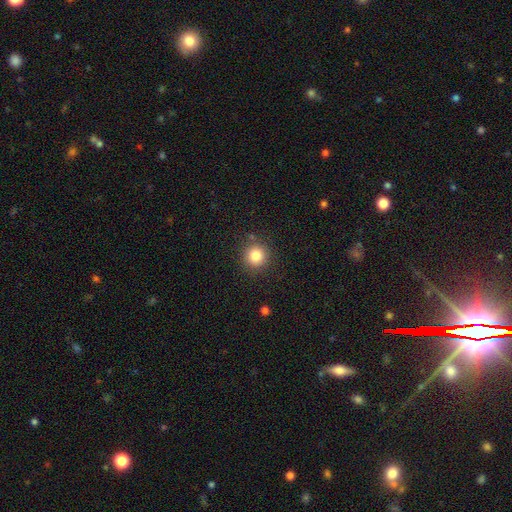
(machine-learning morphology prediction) Smooth or featured?
  - smooth: 83% *
  - star or artifact: 11%
  - featured or disk: 6%
How rounded?
  - round: 94% *
  - in between: 5%
  - cigar-shaped: 1%
Merging?
  - none: 88% *
  - minor disturbance: 7%
  - major disturbance: 3%
  - merger: 2%